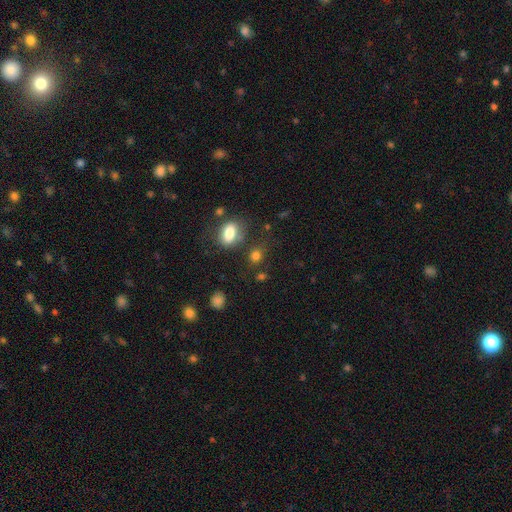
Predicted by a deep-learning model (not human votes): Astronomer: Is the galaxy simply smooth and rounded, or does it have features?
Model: smooth — 79%.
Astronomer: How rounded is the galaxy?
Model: round — 56% (runner-up: in between, 42%).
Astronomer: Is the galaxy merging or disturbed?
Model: none — 68%.